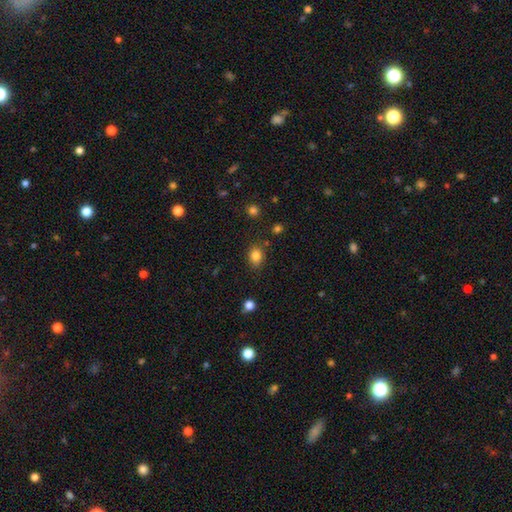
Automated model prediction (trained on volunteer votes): Smooth or featured? smooth (83%)
How rounded? in between (50%)
Merging? none (80%)